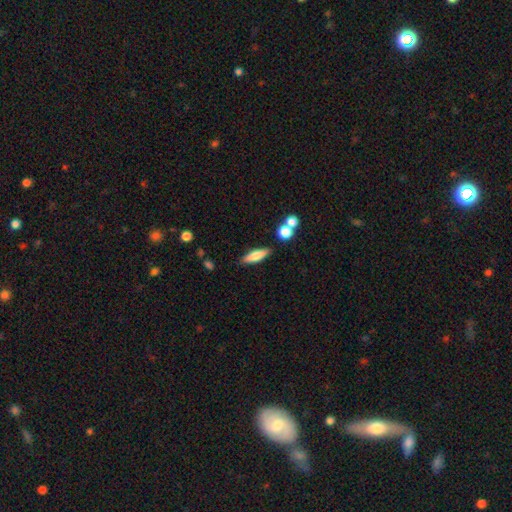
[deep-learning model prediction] smooth_or_featured: smooth (p=0.69) [alt: featured or disk p=0.24]
how_rounded: cigar-shaped (p=0.61) [alt: in between p=0.36]
merging: none (p=0.82) [alt: minor disturbance p=0.10]